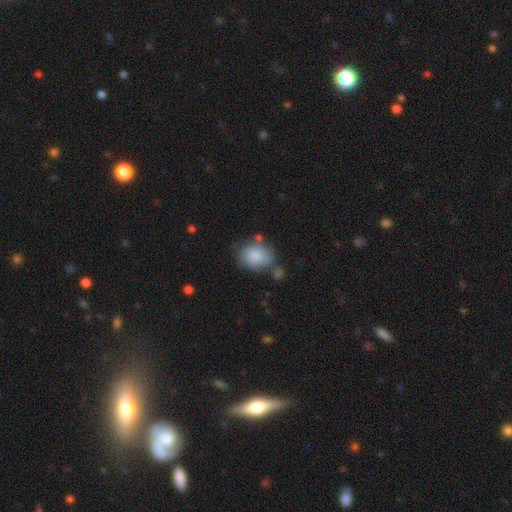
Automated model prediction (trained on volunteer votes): Smooth or featured: smooth — 84% (featured or disk — 9%)
How rounded: in between — 54% (round — 45%)
Merging: none — 58% (minor disturbance — 22%)